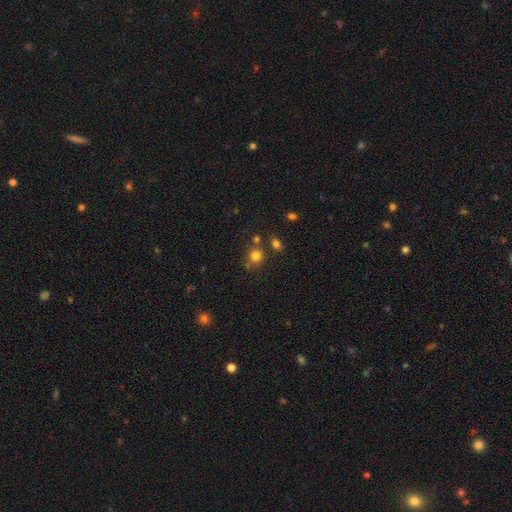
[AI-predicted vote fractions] smooth 78%, star or artifact 15%, featured or disk 8%. Down the decision tree: how rounded — round (82%); merging — none (69%).